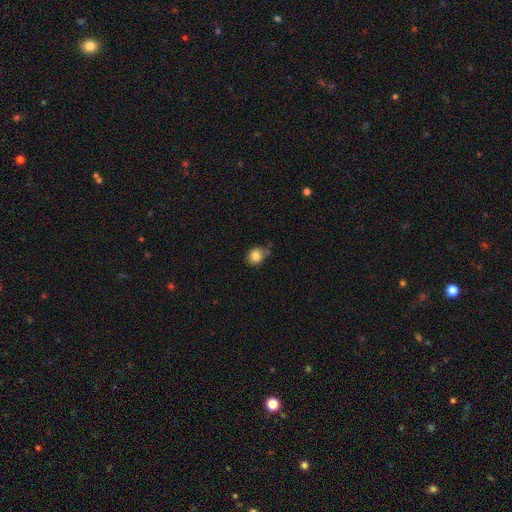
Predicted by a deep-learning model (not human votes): smooth_or_featured: smooth (p=0.83) [alt: star or artifact p=0.10]
how_rounded: round (p=0.71) [alt: in between p=0.29]
merging: none (p=0.64) [alt: minor disturbance p=0.25]